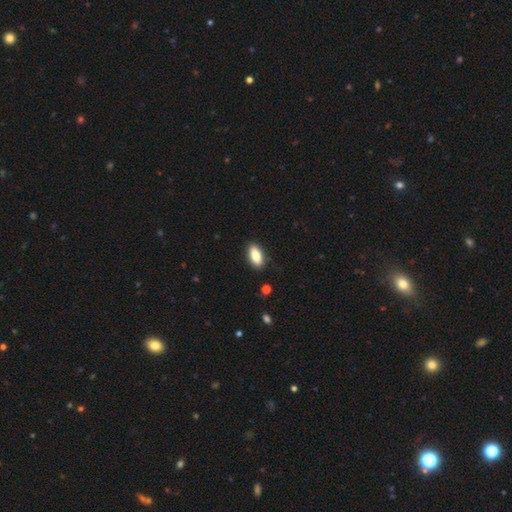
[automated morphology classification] A smooth galaxy with no disk features (85%) that is in between round and cigar-shaped (85%).

Vote fractions:
- Smooth or featured? smooth: 85% / featured or disk: 9% / star or artifact: 7%
- How rounded? in between: 85% / cigar-shaped: 12% / round: 3%
- Merging? none: 87% / minor disturbance: 9% / major disturbance: 2% / merger: 1%